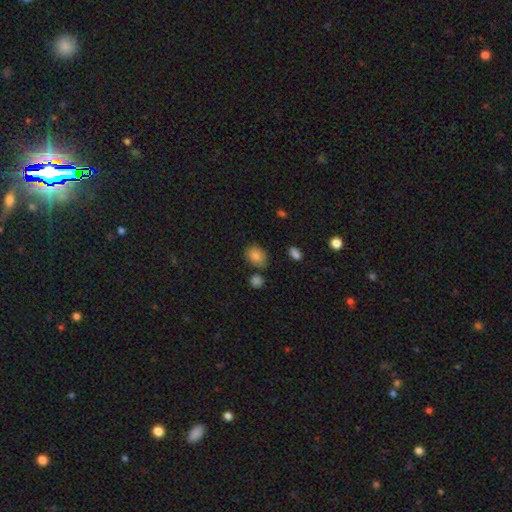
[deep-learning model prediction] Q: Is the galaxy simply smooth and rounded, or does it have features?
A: smooth — 83%.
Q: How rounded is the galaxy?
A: in between — 60%.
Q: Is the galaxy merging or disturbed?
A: none — 73%.